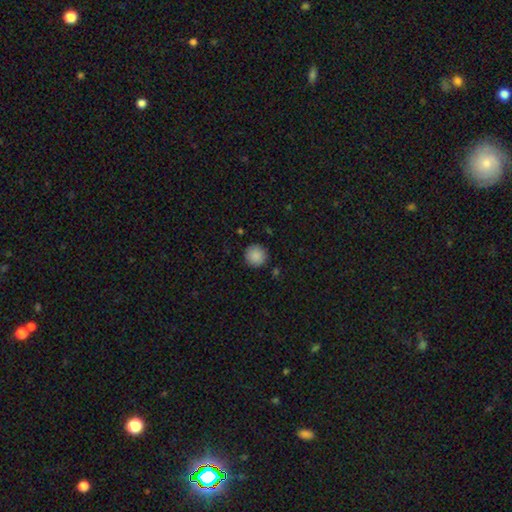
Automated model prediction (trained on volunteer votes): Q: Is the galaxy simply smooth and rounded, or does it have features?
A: smooth — 88%.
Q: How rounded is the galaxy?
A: round — 95%.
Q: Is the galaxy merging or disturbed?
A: none — 90%.